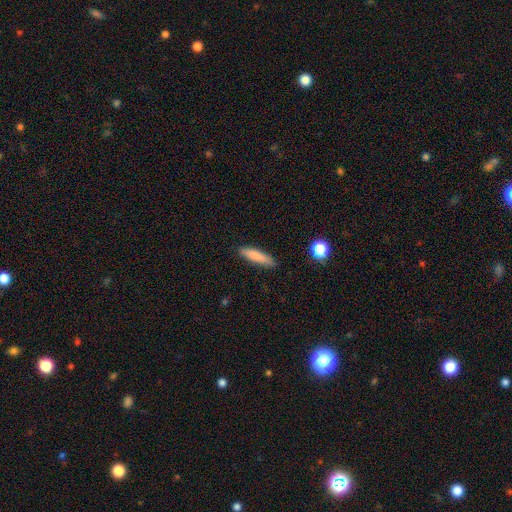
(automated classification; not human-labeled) Q: Smooth or featured?
A: smooth (81%); runner-up: featured or disk (13%)
Q: How rounded?
A: cigar-shaped (81%); runner-up: in between (17%)
Q: Merging?
A: none (86%); runner-up: minor disturbance (11%)